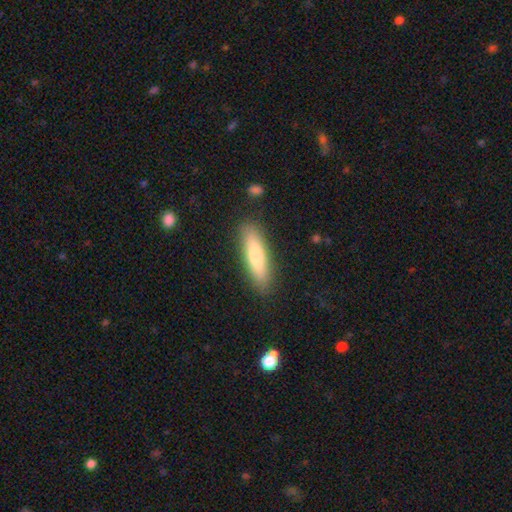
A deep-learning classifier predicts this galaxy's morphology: This appears to be a smooth galaxy with no disk features (71%) that is cigar-shaped (71%). Merging: none (87%).